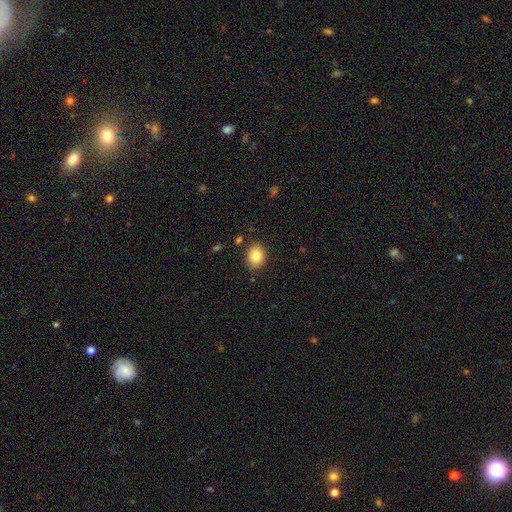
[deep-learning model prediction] smooth_or_featured: smooth (p=0.86) [alt: star or artifact p=0.08]
how_rounded: in between (p=0.52) [alt: round p=0.47]
merging: none (p=0.86) [alt: minor disturbance p=0.10]